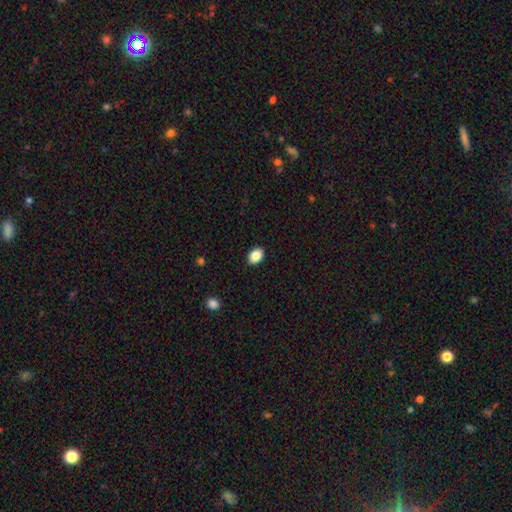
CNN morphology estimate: smooth-or-featured: smooth: 87% | star or artifact: 8% | featured or disk: 4%
  how-rounded: in between: 75% | round: 24% | cigar-shaped: 1%
  merging: none: 89% | minor disturbance: 8% | major disturbance: 2% | merger: 1%